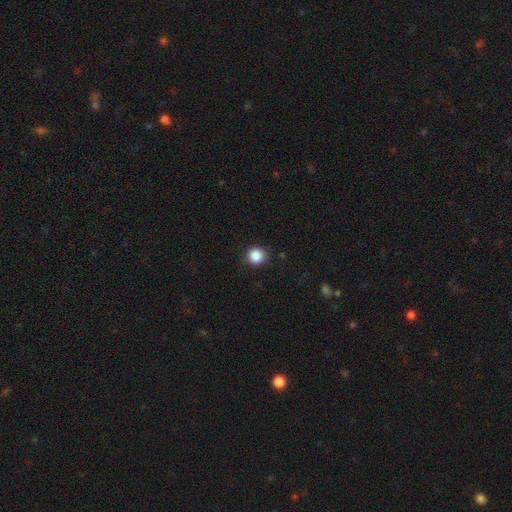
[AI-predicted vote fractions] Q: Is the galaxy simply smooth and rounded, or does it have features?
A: smooth — 87%.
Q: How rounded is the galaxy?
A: round — 92%.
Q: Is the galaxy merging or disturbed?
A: none — 89%.